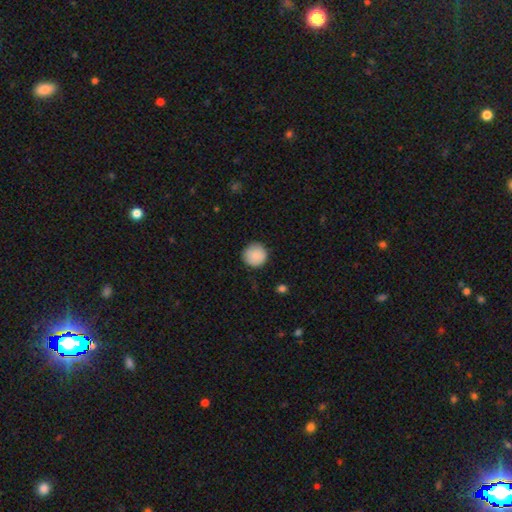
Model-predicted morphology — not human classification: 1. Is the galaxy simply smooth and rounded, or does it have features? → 88% smooth, 7% star or artifact, 5% featured or disk.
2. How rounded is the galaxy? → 95% round, 4% in between, 1% cigar-shaped.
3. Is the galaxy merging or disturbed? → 88% none, 9% minor disturbance, 2% major disturbance, 1% merger.